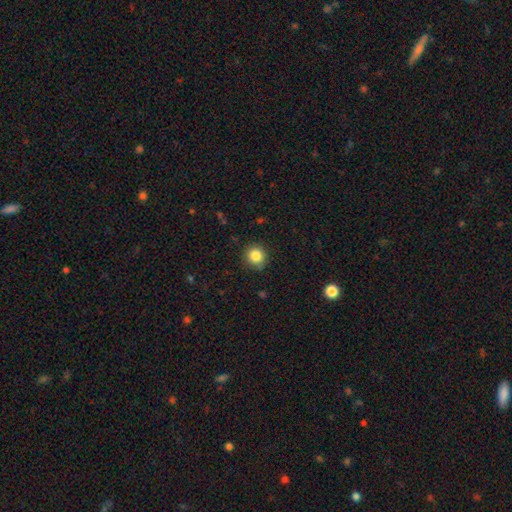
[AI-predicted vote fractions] smooth_or_featured: smooth (p=0.84) [alt: star or artifact p=0.11]
how_rounded: round (p=0.93) [alt: in between p=0.07]
merging: none (p=0.87) [alt: minor disturbance p=0.09]